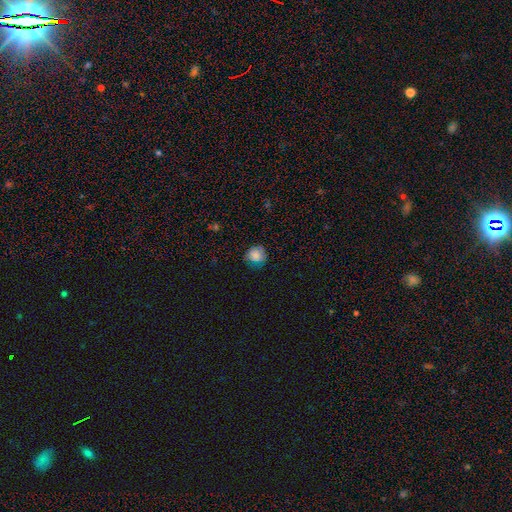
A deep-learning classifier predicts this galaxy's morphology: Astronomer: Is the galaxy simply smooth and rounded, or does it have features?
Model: smooth — 83%.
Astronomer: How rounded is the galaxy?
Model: round — 88%.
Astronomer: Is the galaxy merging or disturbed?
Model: none — 75%.